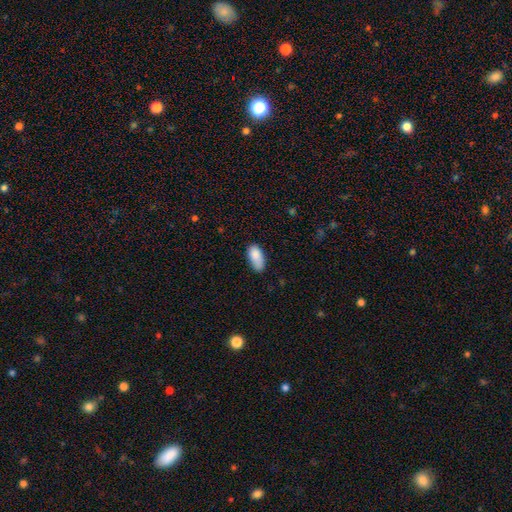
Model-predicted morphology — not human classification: smooth_or_featured: smooth (p=0.85) [alt: featured or disk p=0.07]
how_rounded: in between (p=0.92) [alt: cigar-shaped p=0.05]
merging: none (p=0.60) [alt: minor disturbance p=0.30]